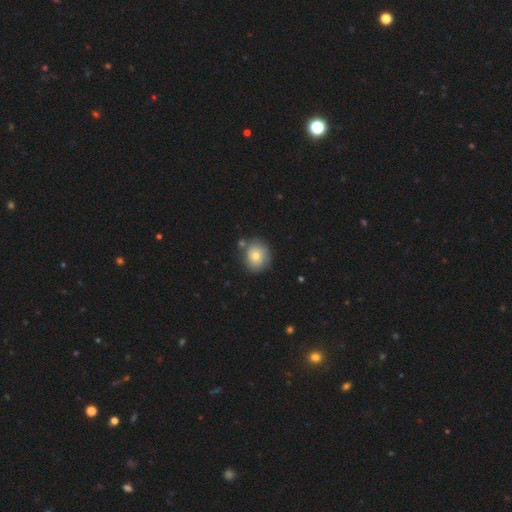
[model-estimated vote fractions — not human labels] The model was most divided on "smooth or featured": smooth: 70%, featured or disk: 22%, star or artifact: 8%. More confident: how rounded — round (75%); merging — none (70%).